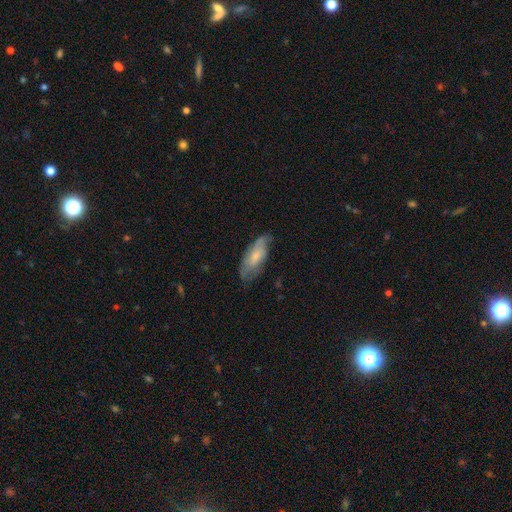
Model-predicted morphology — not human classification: A smooth galaxy with no disk features (53%) that is in between round and cigar-shaped (76%).

Vote fractions:
- Smooth or featured? smooth: 53% / featured or disk: 40% / star or artifact: 6%
- How rounded? in between: 76% / cigar-shaped: 22% / round: 2%
- Merging? none: 59% / minor disturbance: 30% / major disturbance: 9% / merger: 1%